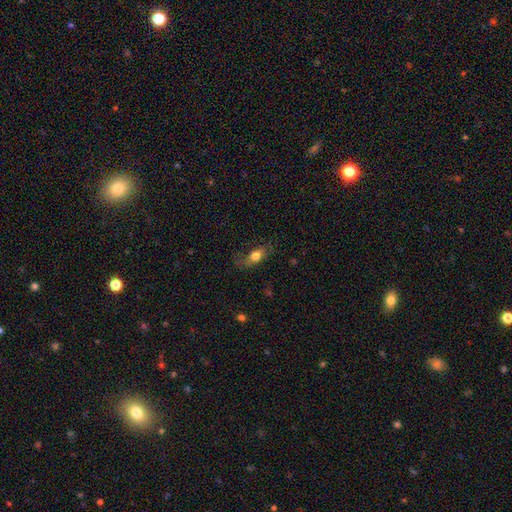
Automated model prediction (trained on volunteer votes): Overall: smooth (70%). How rounded: in between (72%). Merging: none (59%; minor disturbance 25%).